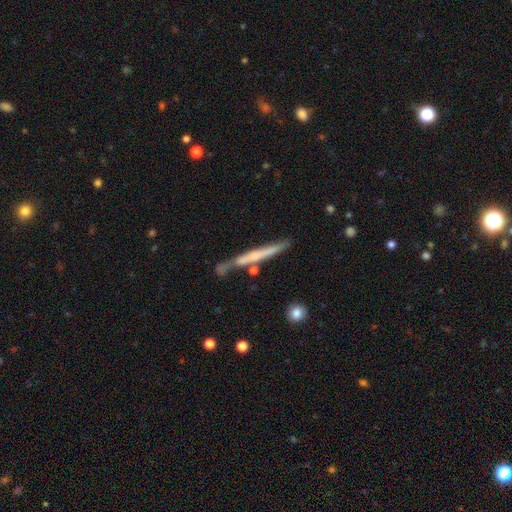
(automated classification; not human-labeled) This is possibly a featured or disk galaxy (56%). It is clearly viewed edge-on (93%). Edge-on bulge: likely none (67%). Merging: likely none (67%).